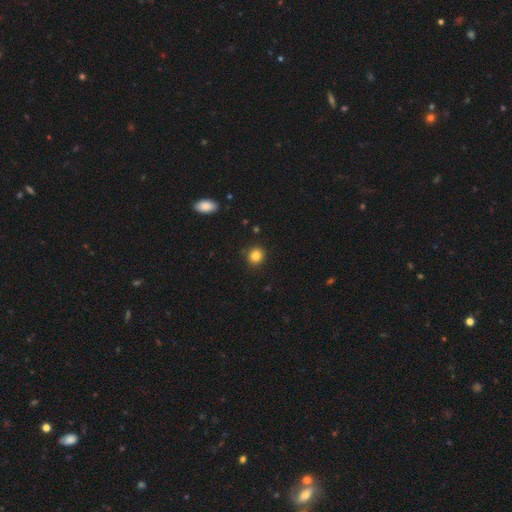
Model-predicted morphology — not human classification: This is clearly a smooth galaxy (84%). How rounded: clearly round (86%). Merging: clearly none (90%).